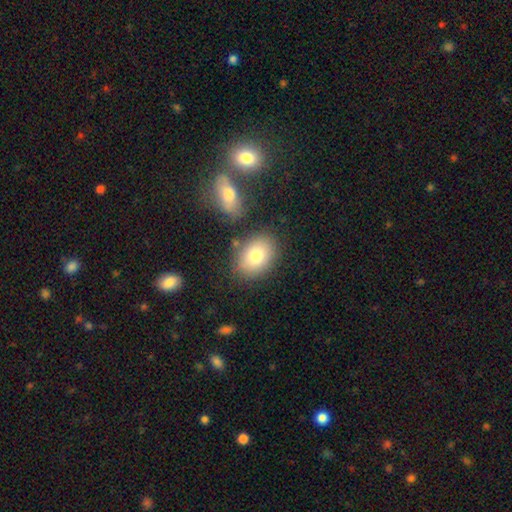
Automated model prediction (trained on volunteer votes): A smooth galaxy with no disk features (79%) that is in between round and cigar-shaped (71%).

Vote fractions:
- Smooth or featured? smooth: 79% / featured or disk: 12% / star or artifact: 9%
- How rounded? in between: 71% / round: 28% / cigar-shaped: 1%
- Merging? none: 78% / minor disturbance: 11% / merger: 7% / major disturbance: 3%